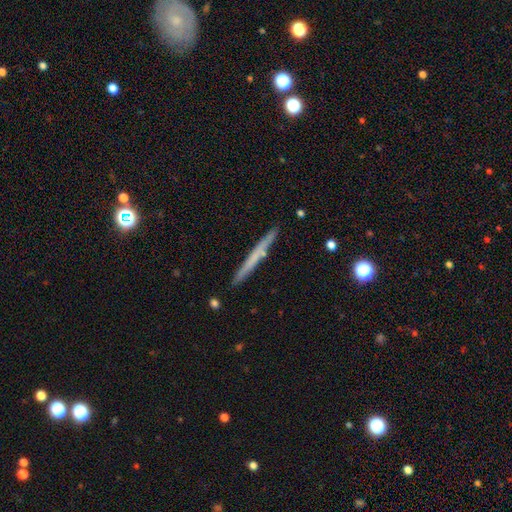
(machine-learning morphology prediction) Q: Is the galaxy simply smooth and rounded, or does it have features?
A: smooth — 49%.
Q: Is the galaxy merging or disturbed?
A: none — 88%.